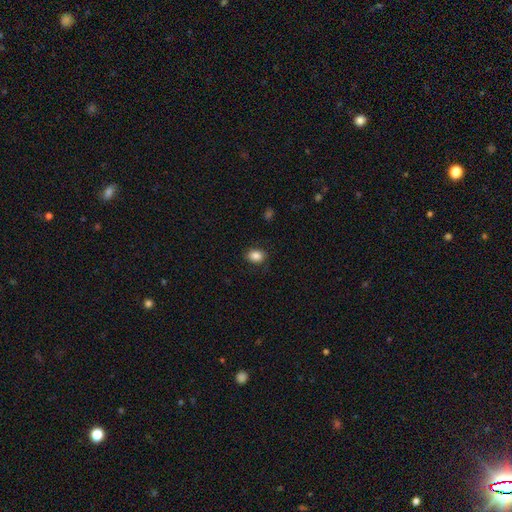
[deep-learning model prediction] smooth-or-featured: smooth: 86% | star or artifact: 9% | featured or disk: 5%
  how-rounded: in between: 59% | round: 40% | cigar-shaped: 1%
  merging: none: 83% | minor disturbance: 12% | major disturbance: 3% | merger: 1%